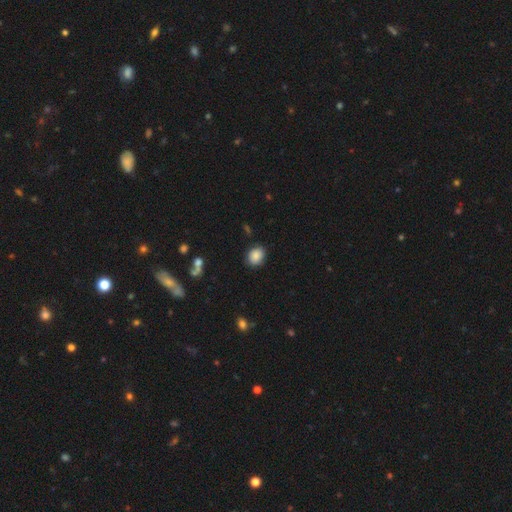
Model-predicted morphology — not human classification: smooth-or-featured: smooth: 87% | star or artifact: 8% | featured or disk: 5%
  how-rounded: round: 51% | in between: 48% | cigar-shaped: 1%
  merging: none: 85% | minor disturbance: 11% | major disturbance: 3% | merger: 2%